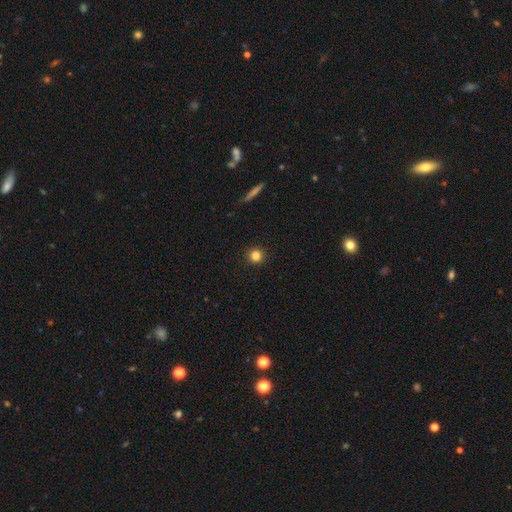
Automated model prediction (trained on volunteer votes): A smooth galaxy with no disk features (83%) that is round (94%). Merging: none (93%).